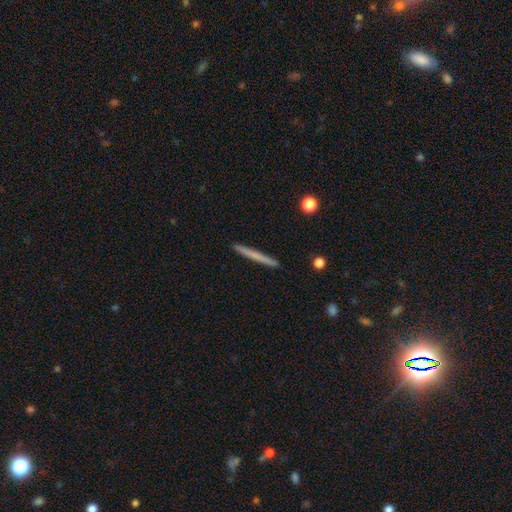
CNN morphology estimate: Smooth or featured: smooth — 62% (featured or disk — 33%)
How rounded: cigar-shaped — 97% (in between — 2%)
Merging: none — 92% (minor disturbance — 5%)